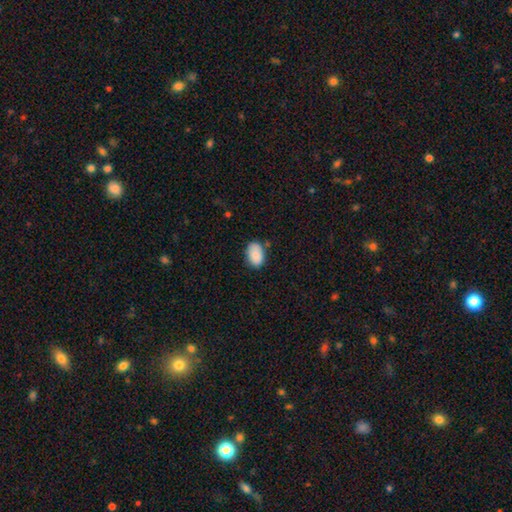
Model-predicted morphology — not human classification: The model was most divided on "merging": none: 75%, minor disturbance: 18%, merger: 4%, major disturbance: 3%. More confident: how rounded — in between (89%); smooth or featured — smooth (86%).